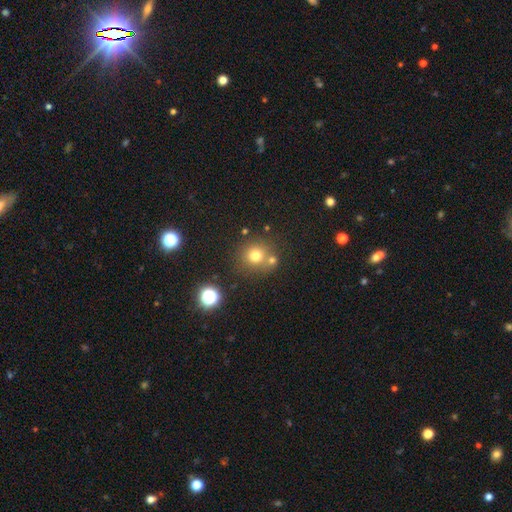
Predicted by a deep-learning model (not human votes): Smooth or featured: smooth — 73% (star or artifact — 17%)
How rounded: round — 90% (in between — 9%)
Merging: none — 66% (merger — 21%)